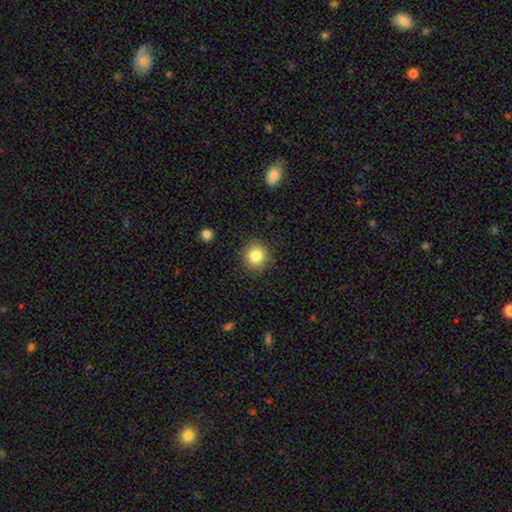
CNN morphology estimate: Q: Smooth or featured?
A: smooth (84%); runner-up: star or artifact (10%)
Q: How rounded?
A: round (91%); runner-up: in between (8%)
Q: Merging?
A: none (89%); runner-up: minor disturbance (7%)